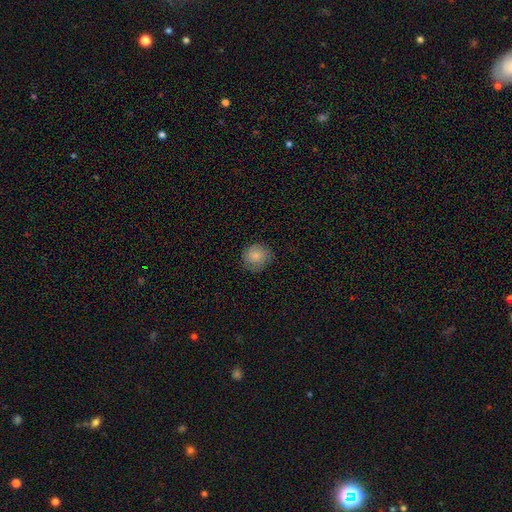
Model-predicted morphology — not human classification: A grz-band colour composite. It shows a smooth galaxy with no disk features (83%) that is round (86%). Merging: none (79%).